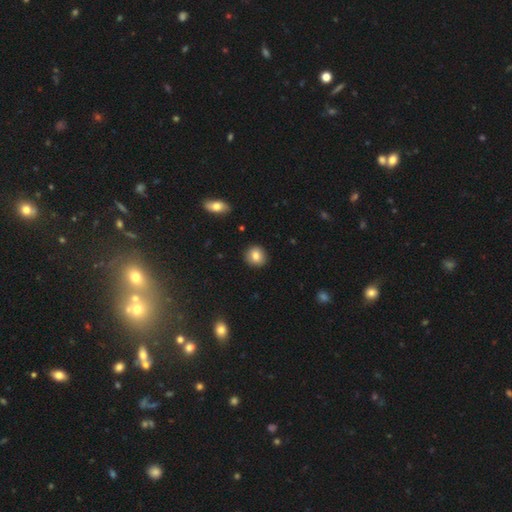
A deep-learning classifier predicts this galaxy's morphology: smooth 82%, featured or disk 10%, star or artifact 9%. Down the decision tree: how rounded — round (86%); merging — none (91%).